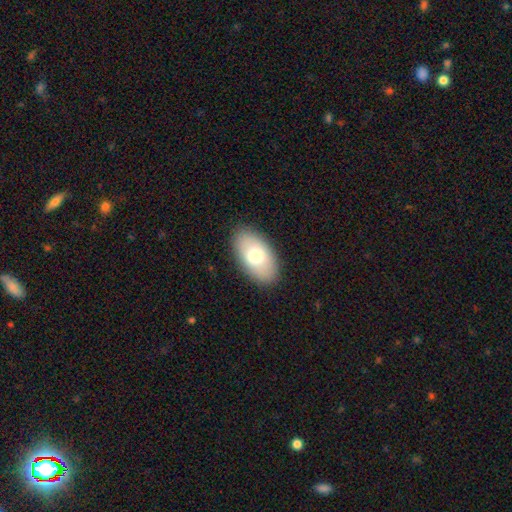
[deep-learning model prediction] A smooth galaxy with no disk features (73%) that is in between round and cigar-shaped (94%).

Vote fractions:
- Smooth or featured? smooth: 73% / featured or disk: 21% / star or artifact: 7%
- How rounded? in between: 94% / round: 4% / cigar-shaped: 2%
- Merging? none: 88% / minor disturbance: 9% / major disturbance: 2% / merger: 1%